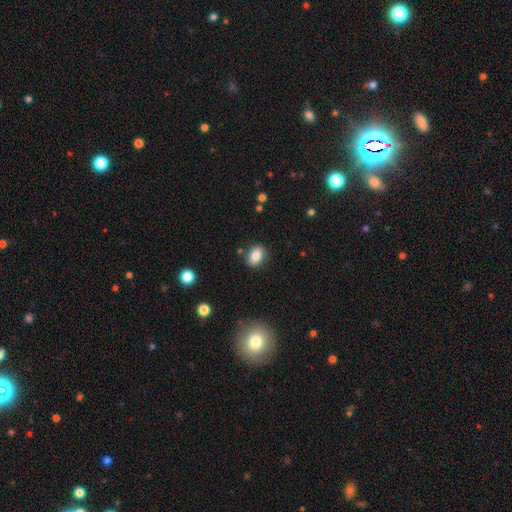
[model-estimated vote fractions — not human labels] Overall: smooth (83%). How rounded: in between (74%). Merging: none (83%).